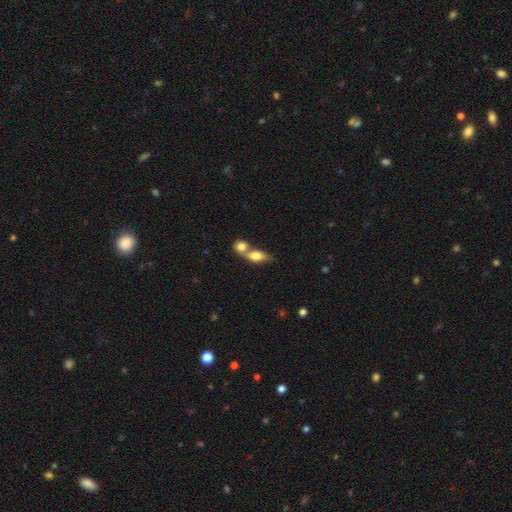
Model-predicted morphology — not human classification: The model was most divided on "merging": merger: 67%, none: 23%, minor disturbance: 7%, major disturbance: 4%. More confident: smooth or featured — smooth (73%); how rounded — in between (66%).